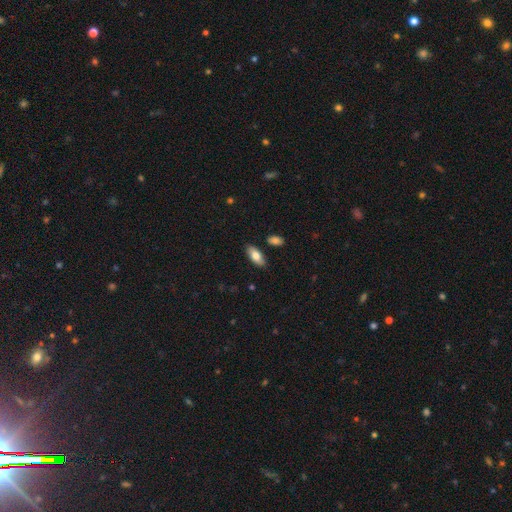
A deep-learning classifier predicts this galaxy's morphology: Smooth or featured: smooth — 78% (featured or disk — 16%)
How rounded: in between — 88% (cigar-shaped — 10%)
Merging: none — 85% (minor disturbance — 10%)